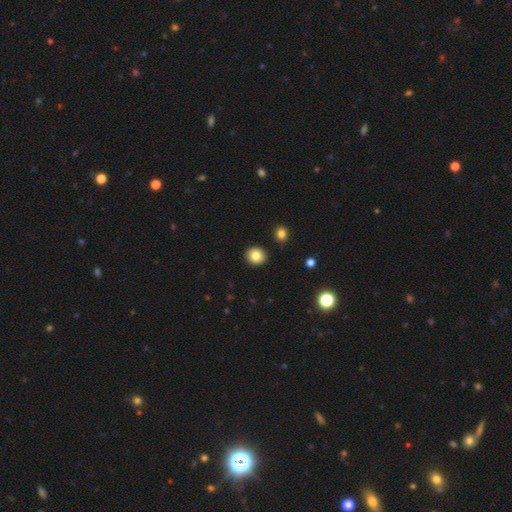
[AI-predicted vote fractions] Q: Smooth or featured?
A: smooth (84%); runner-up: star or artifact (9%)
Q: How rounded?
A: round (83%); runner-up: in between (16%)
Q: Merging?
A: none (91%); runner-up: minor disturbance (6%)